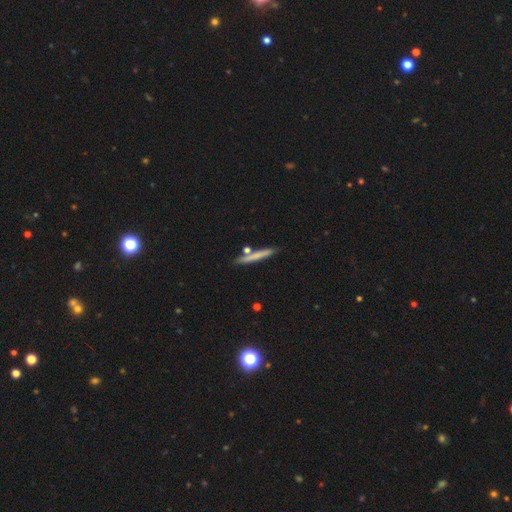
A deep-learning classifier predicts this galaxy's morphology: Overall: smooth (65%; featured or disk 29%). How rounded: cigar-shaped (94%). Merging: none (80%).